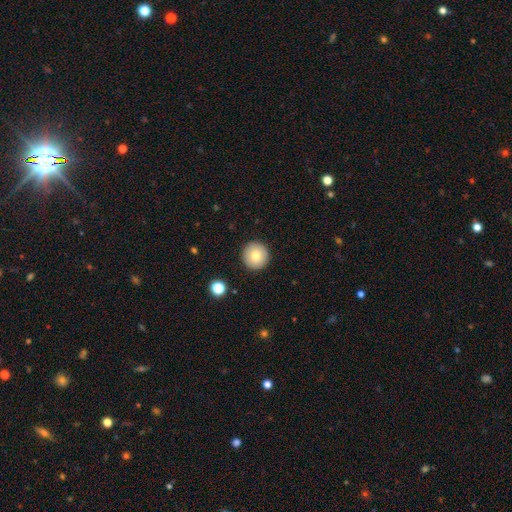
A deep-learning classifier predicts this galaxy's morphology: Smooth or featured? smooth (78%)
How rounded? round (96%)
Merging? none (92%)